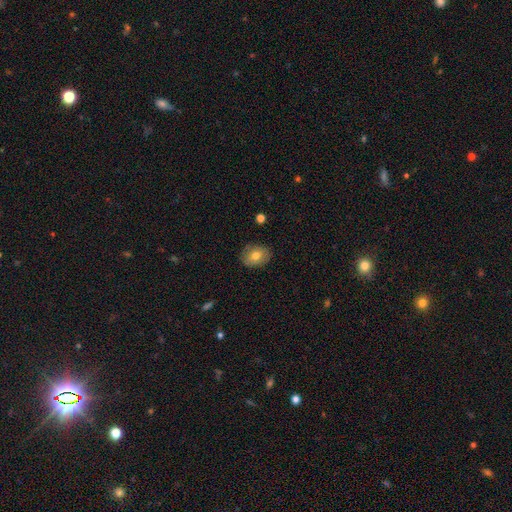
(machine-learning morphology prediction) Q: Smooth or featured?
A: smooth (71%); runner-up: featured or disk (21%)
Q: How rounded?
A: in between (64%); runner-up: round (35%)
Q: Merging?
A: none (84%); runner-up: minor disturbance (12%)